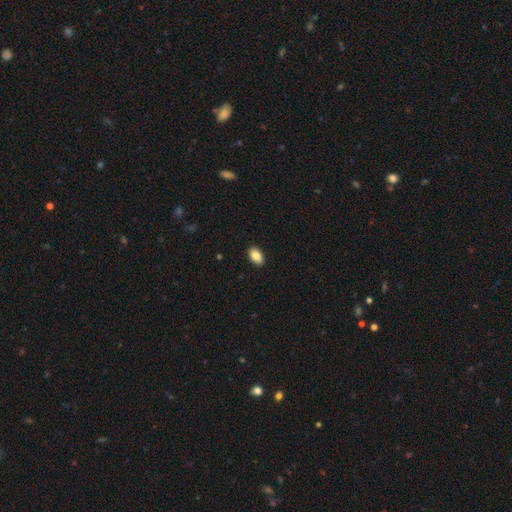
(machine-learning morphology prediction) type=smooth (86%); roundness=in between (93%); merging=none (90%).